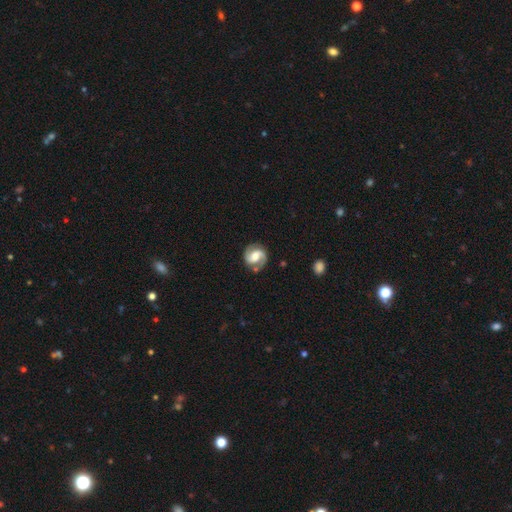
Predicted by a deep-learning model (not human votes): Morphology: type=featured or disk (83%); edge-on=no (98%); bar=weak (46%); spiral arms=yes (96%); winding=medium (53%); arm count=2 (91%); bulge=moderate (57%); merging=none (82%).